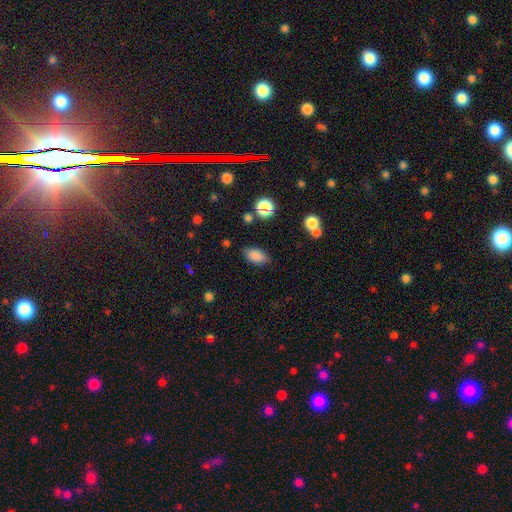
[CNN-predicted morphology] Smooth or featured? smooth (85%)
How rounded? in between (91%)
Merging? none (82%)